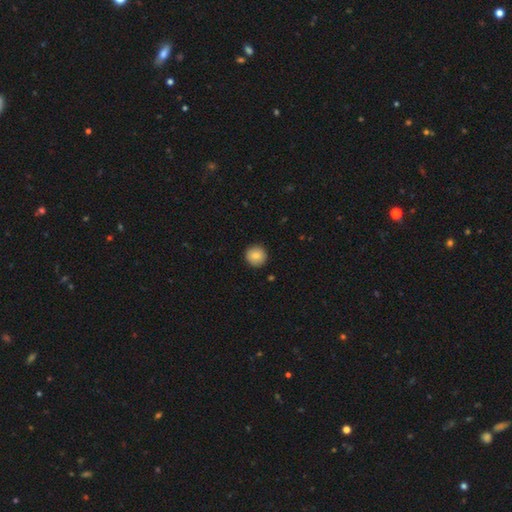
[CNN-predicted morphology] smooth 84%, featured or disk 8%, star or artifact 8%. Down the decision tree: how rounded — round (94%); merging — none (91%).